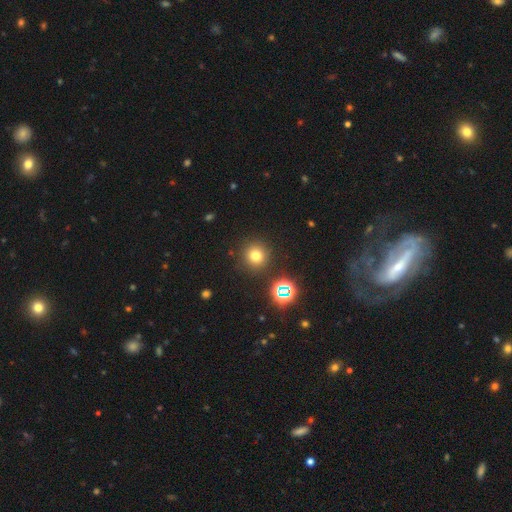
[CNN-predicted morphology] smooth-or-featured: smooth: 72% | star or artifact: 21% | featured or disk: 8%
  how-rounded: round: 94% | in between: 5% | cigar-shaped: 1%
  merging: none: 89% | minor disturbance: 6% | major disturbance: 3% | merger: 3%